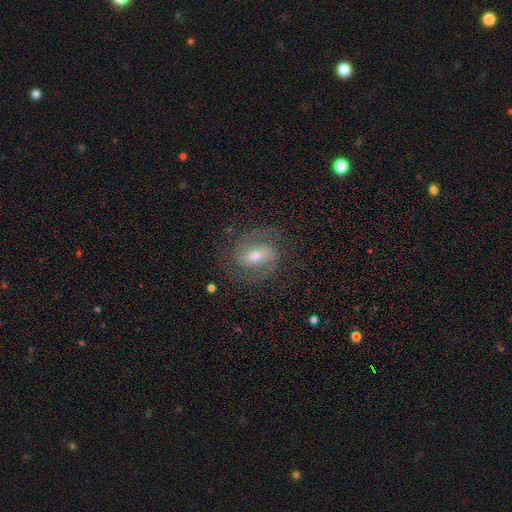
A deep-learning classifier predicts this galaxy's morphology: featured or disk 81%, smooth 12%, star or artifact 7%. Down the decision tree: edge-on disk — no (97%); bar — weak (45%); spiral arms — yes (93%); spiral arm count — 2 (89%); spiral winding — medium (52%); bulge size — moderate (54%); merging — none (78%).